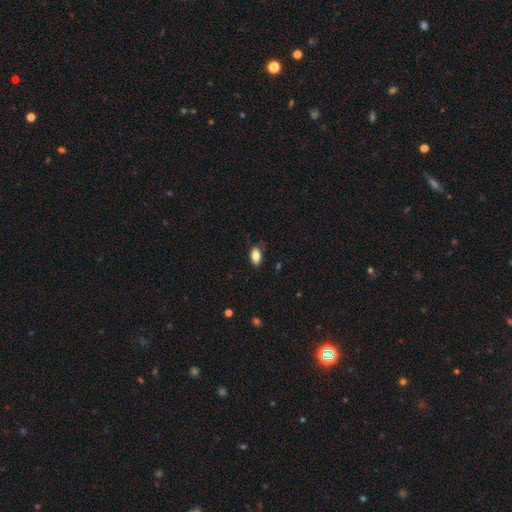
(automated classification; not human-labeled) A smooth galaxy with no disk features (83%) that is in between round and cigar-shaped (91%).

Vote fractions:
- Smooth or featured? smooth: 83% / featured or disk: 9% / star or artifact: 8%
- How rounded? in between: 91% / round: 6% / cigar-shaped: 3%
- Merging? none: 78% / minor disturbance: 18% / major disturbance: 4% / merger: 1%